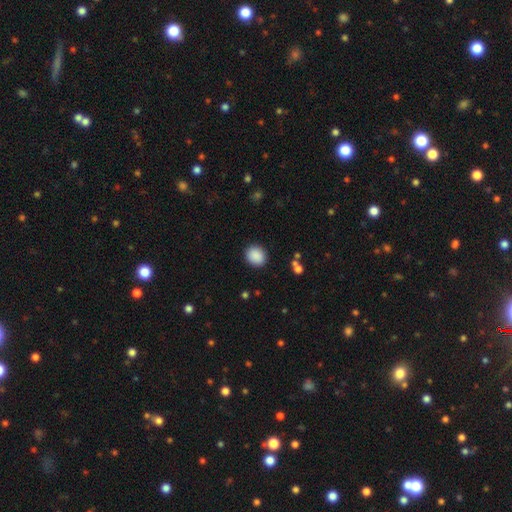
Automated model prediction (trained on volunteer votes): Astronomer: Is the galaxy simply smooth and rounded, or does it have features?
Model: smooth — 89%.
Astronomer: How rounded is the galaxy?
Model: round — 69%.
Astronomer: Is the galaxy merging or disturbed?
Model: none — 89%.